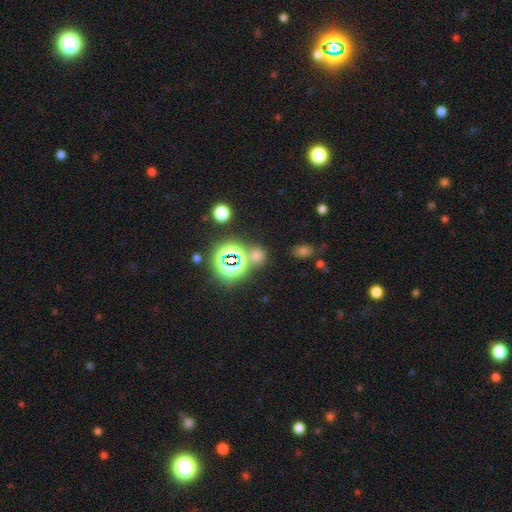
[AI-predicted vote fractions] The model was most divided on "smooth or featured": smooth: 47%, star or artifact: 46%, featured or disk: 7%. More confident: merging — none (68%).